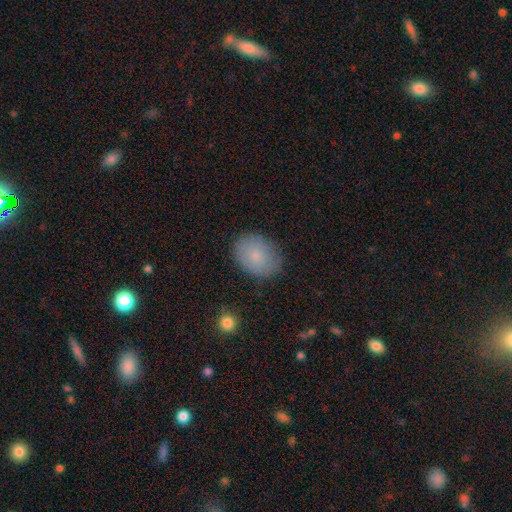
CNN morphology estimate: Overall: smooth (80%). How rounded: in between (64%; round 35%). Merging: none (83%).